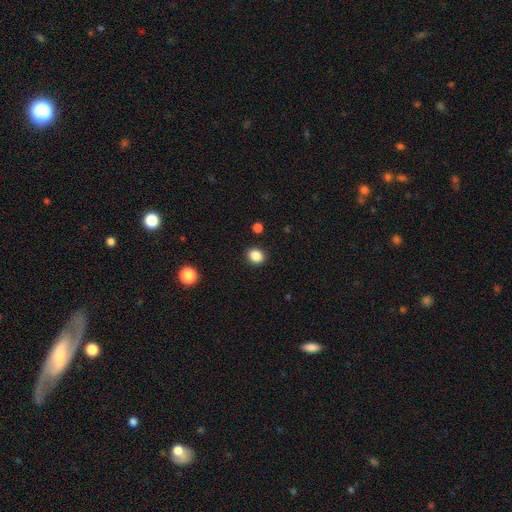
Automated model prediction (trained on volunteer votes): Overall: smooth (86%). How rounded: round (61%; in between 39%). Merging: none (90%).